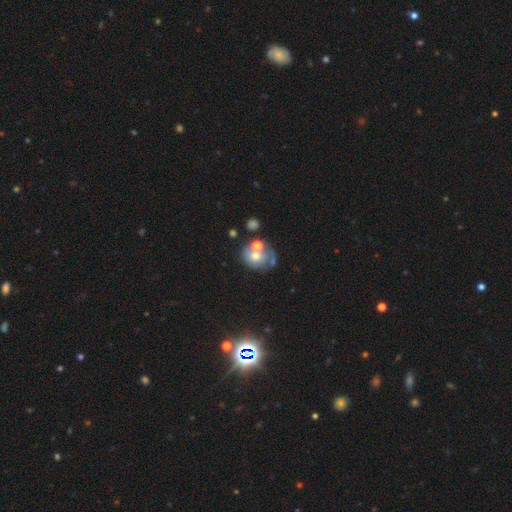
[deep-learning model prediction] Morphology: type=smooth (50%); merging=none (38%).